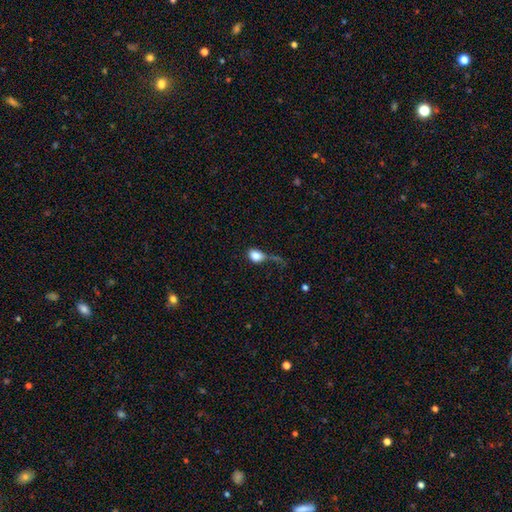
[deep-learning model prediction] This is likely a smooth galaxy (79%). How rounded: likely in between (64%). Merging: marginally major disturbance (44%).